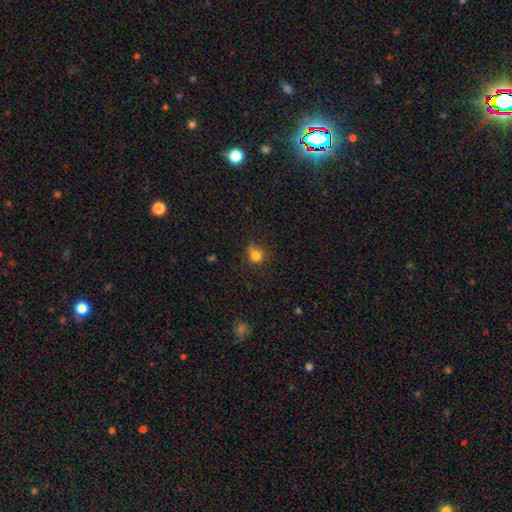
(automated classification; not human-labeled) Overall: smooth (79%). How rounded: round (85%). Merging: none (69%).